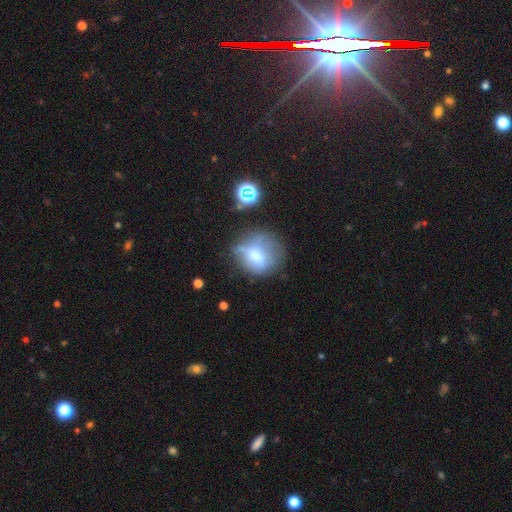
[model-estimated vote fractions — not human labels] The model was most divided on "merging": none: 44%, minor disturbance: 27%, major disturbance: 19%, merger: 9%. More confident: how rounded — round (70%); smooth or featured — smooth (60%).